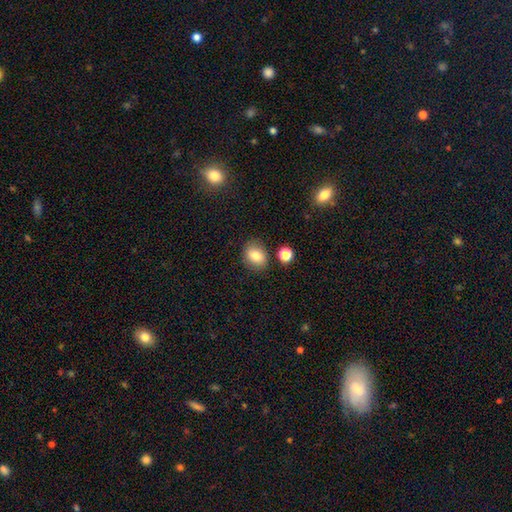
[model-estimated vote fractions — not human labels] Overall: smooth (80%). How rounded: in between (51%; round 48%). Merging: none (80%).